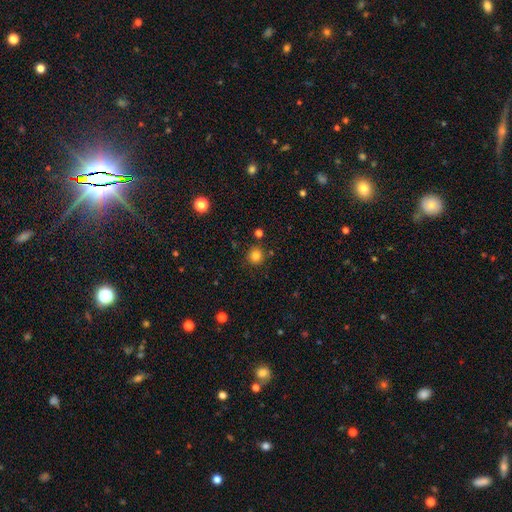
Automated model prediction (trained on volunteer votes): Q: Smooth or featured?
A: smooth (83%); runner-up: star or artifact (13%)
Q: How rounded?
A: round (92%); runner-up: in between (7%)
Q: Merging?
A: none (86%); runner-up: minor disturbance (8%)